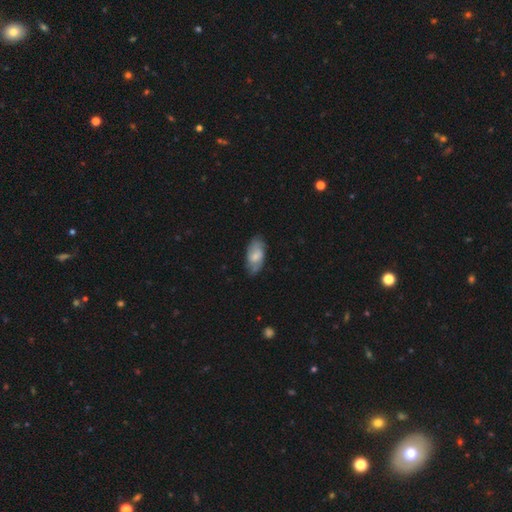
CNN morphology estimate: smooth 53%, featured or disk 41%, star or artifact 6%. Down the decision tree: how rounded — in between (90%); merging — none (70%).